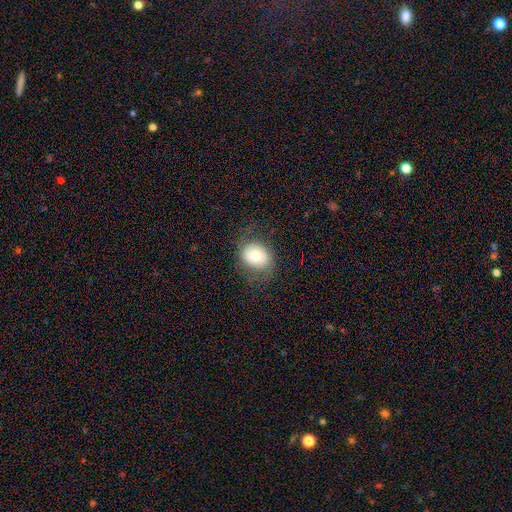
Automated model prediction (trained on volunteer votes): Morphology: type=smooth (64%); roundness=round (52%); merging=none (67%).